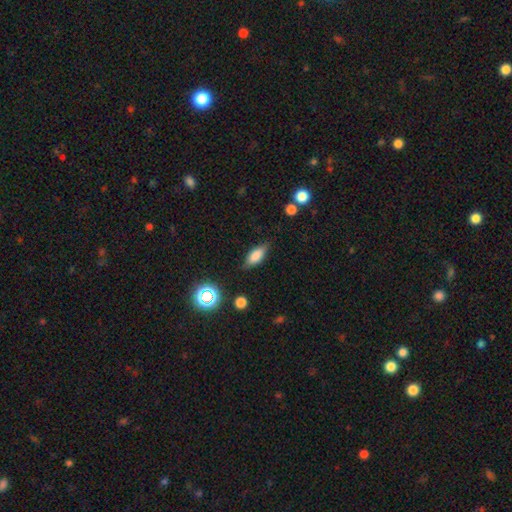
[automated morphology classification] smooth 77%, featured or disk 13%, star or artifact 10%. Down the decision tree: how rounded — in between (78%); merging — none (81%).